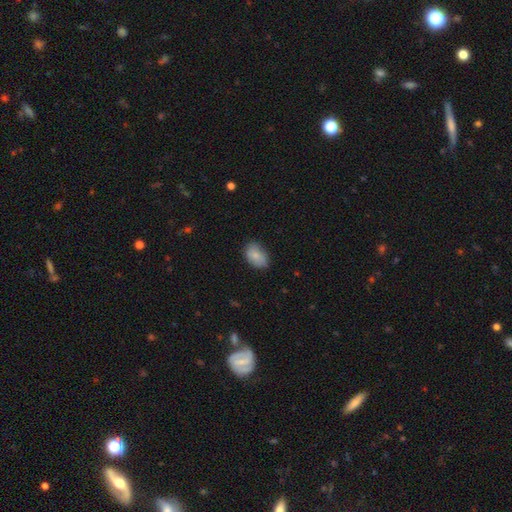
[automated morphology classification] Smooth or featured?
  - smooth: 81% *
  - featured or disk: 12%
  - star or artifact: 7%
How rounded?
  - in between: 88% *
  - round: 11%
  - cigar-shaped: 1%
Merging?
  - none: 76% *
  - minor disturbance: 19%
  - major disturbance: 4%
  - merger: 1%